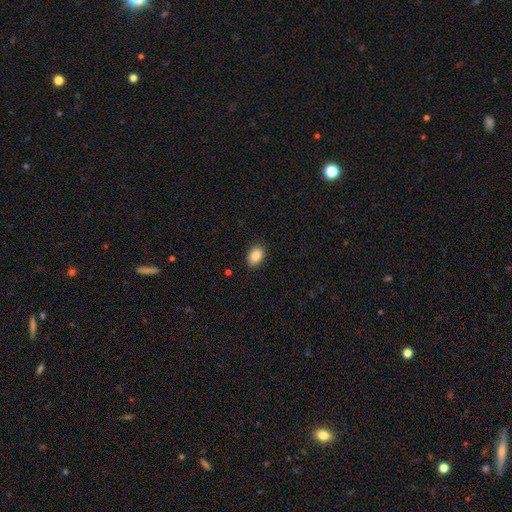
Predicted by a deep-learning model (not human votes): smooth 88%, star or artifact 8%, featured or disk 4%. Down the decision tree: how rounded — in between (84%); merging — none (87%).